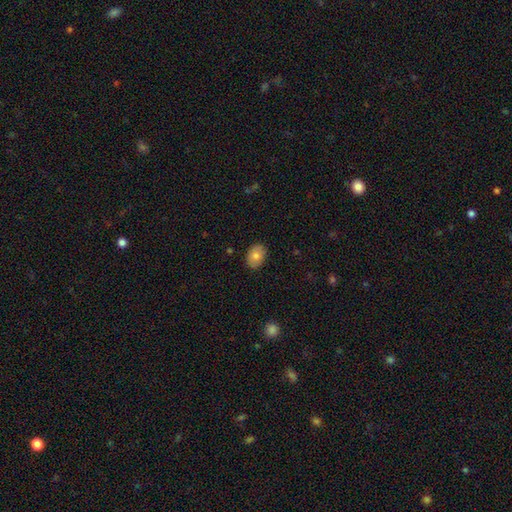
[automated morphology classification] Smooth or featured? smooth (81%)
How rounded? in between (78%)
Merging? none (88%)